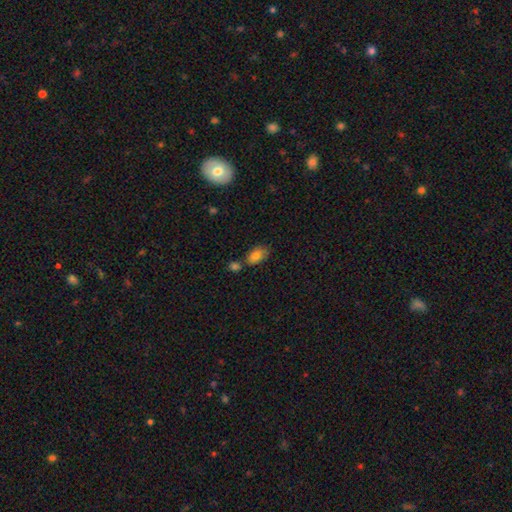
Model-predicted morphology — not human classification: smooth 82%, featured or disk 10%, star or artifact 9%. Down the decision tree: how rounded — in between (91%); merging — none (52%).